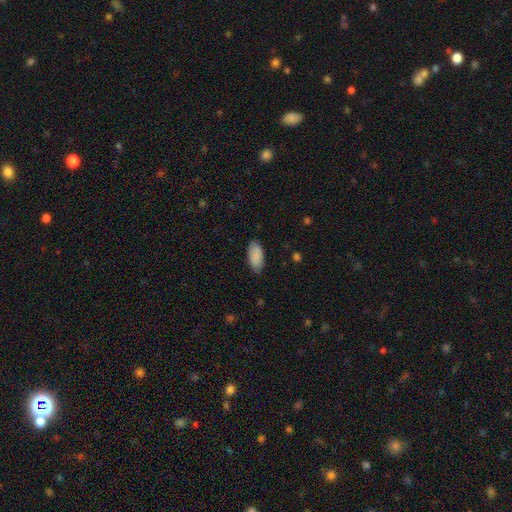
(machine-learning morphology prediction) Overall: smooth (89%). How rounded: in between (93%). Merging: none (80%).